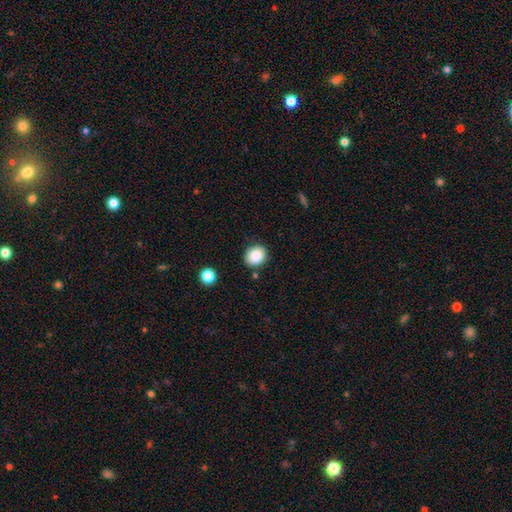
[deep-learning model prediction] A smooth galaxy with no disk features (87%) that is round (71%). Merging: none (84%).